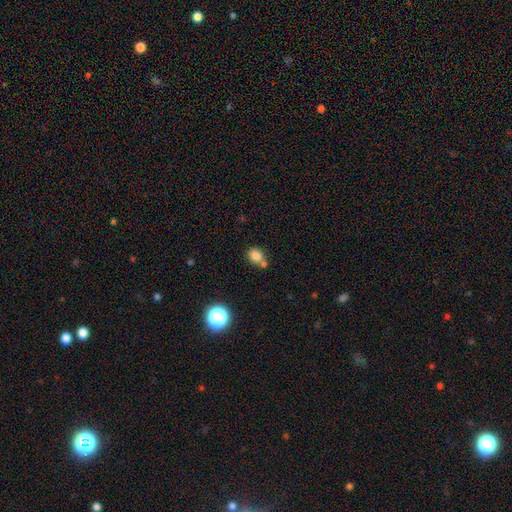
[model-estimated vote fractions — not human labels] Q: Smooth or featured?
A: smooth (80%); runner-up: star or artifact (13%)
Q: How rounded?
A: round (69%); runner-up: in between (30%)
Q: Merging?
A: none (56%); runner-up: merger (29%)